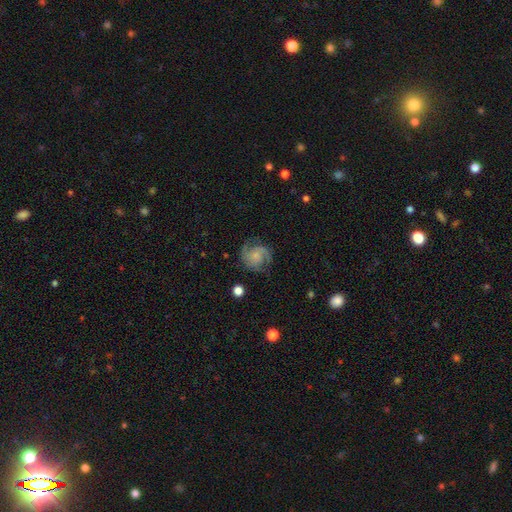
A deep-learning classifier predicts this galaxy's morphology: A featured or disk galaxy (75%) with no bar (72%), 2 (61%) medium (48%) spiral arms (95%) and a small central bulge (58%).

Vote fractions:
- Smooth or featured? featured or disk: 75% / smooth: 18% / star or artifact: 7%
- Edge-on disk? no: 98% / yes: 2%
- Bar? no: 72% / weak: 24% / strong: 4%
- Spiral arms? yes: 95% / no: 5%
- Spiral winding? medium: 48% / tight: 34% / loose: 19%
- Spiral arm count? 2: 61% / 3: 17% / can't tell: 11% / 1: 4% / 4: 3% / more than 4: 3%
- Bulge size? small: 58% / moderate: 20% / none: 18% / large: 3% / dominant: 1%
- Merging? none: 72% / minor disturbance: 17% / major disturbance: 10% / merger: 2%